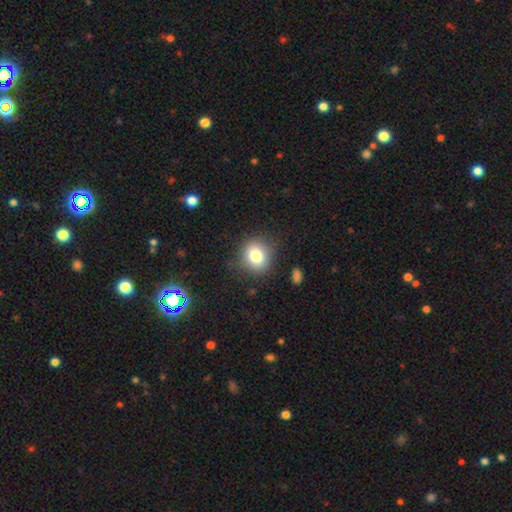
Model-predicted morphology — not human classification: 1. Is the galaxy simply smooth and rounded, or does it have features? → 78% smooth, 12% star or artifact, 10% featured or disk.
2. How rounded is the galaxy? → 81% round, 18% in between, 1% cigar-shaped.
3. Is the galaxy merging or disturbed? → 85% none, 10% minor disturbance, 3% major disturbance, 2% merger.